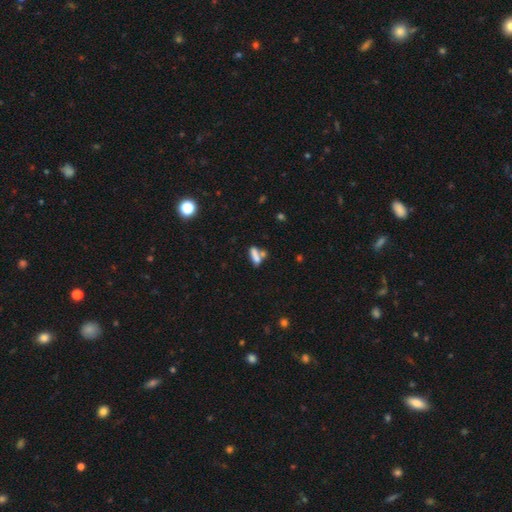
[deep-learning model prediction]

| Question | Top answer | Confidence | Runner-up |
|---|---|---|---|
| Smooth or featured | smooth | 73% | featured or disk (16%) |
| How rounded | in between | 47% | tied: cigar-shaped (47%) |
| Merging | none | 42% | merger (40%) |